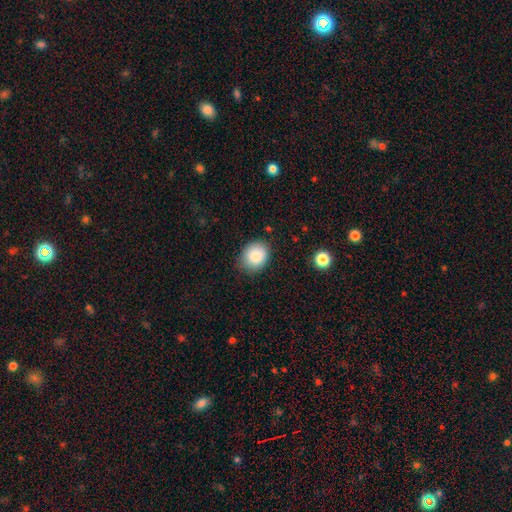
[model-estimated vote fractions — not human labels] This appears to be a smooth galaxy with no disk features (86%) that is round (57%). Merging: none (81%).